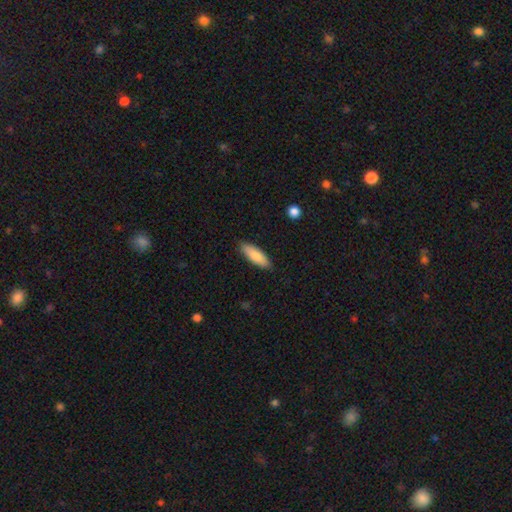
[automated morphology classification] A smooth galaxy with no disk features (83%) that is in between round and cigar-shaped (54%).

Vote fractions:
- Smooth or featured? smooth: 83% / featured or disk: 12% / star or artifact: 6%
- How rounded? in between: 54% / cigar-shaped: 44% / round: 2%
- Merging? none: 88% / minor disturbance: 9% / major disturbance: 2% / merger: 1%